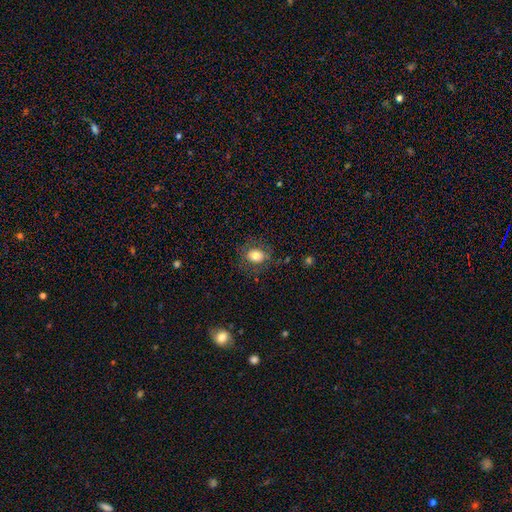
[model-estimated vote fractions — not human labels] A smooth galaxy with no disk features (77%) that is round (52%).

Vote fractions:
- Smooth or featured? smooth: 77% / featured or disk: 13% / star or artifact: 10%
- How rounded? round: 52% / in between: 47% / cigar-shaped: 1%
- Merging? none: 78% / minor disturbance: 14% / major disturbance: 7% / merger: 1%